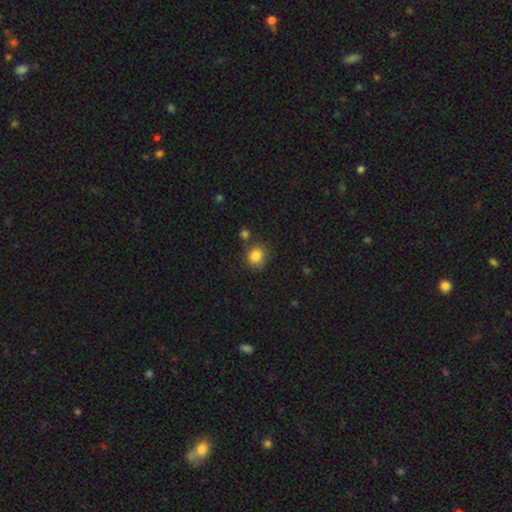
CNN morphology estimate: Q: Smooth or featured?
A: smooth (85%); runner-up: star or artifact (10%)
Q: How rounded?
A: round (81%); runner-up: in between (19%)
Q: Merging?
A: none (73%); runner-up: minor disturbance (16%)